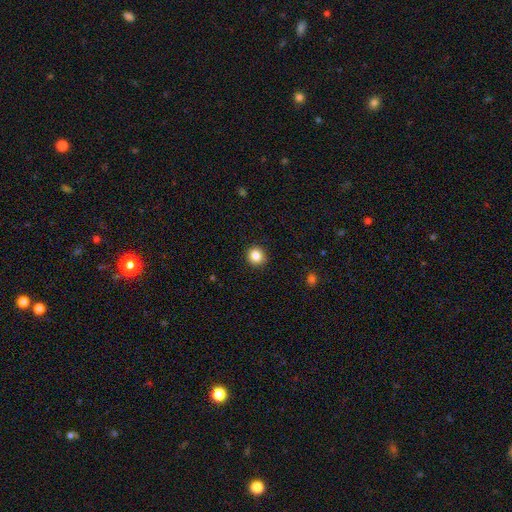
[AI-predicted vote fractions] This is clearly a smooth galaxy (85%). How rounded: clearly round (90%). Merging: clearly none (91%).